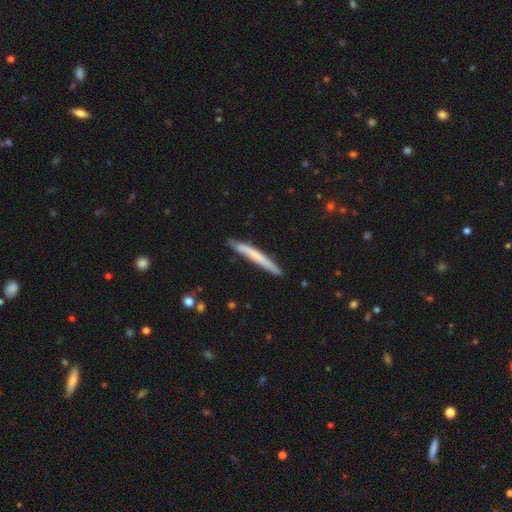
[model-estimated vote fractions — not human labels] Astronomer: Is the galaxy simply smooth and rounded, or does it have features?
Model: smooth — 58% (runner-up: featured or disk, 36%).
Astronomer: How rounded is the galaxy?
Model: cigar-shaped — 97%.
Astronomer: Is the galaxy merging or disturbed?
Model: none — 83%.